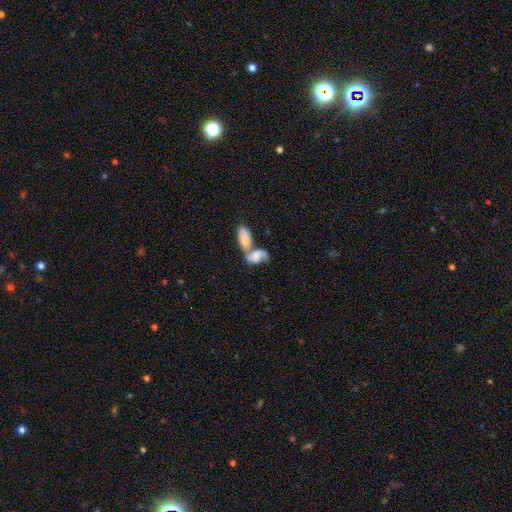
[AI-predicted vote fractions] Q: Smooth or featured?
A: smooth (52%); runner-up: featured or disk (40%)
Q: How rounded?
A: in between (86%); runner-up: cigar-shaped (8%)
Q: Merging?
A: merger (74%); runner-up: none (14%)